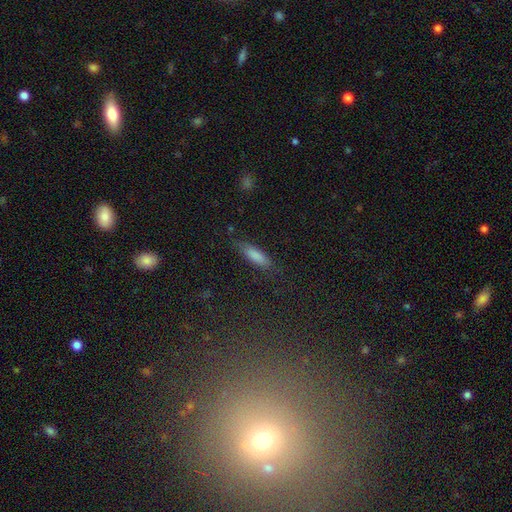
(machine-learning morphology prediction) The model was most divided on "how rounded": cigar-shaped: 50%, in between: 48%, round: 2%. More confident: smooth or featured — smooth (82%); merging — none (72%).